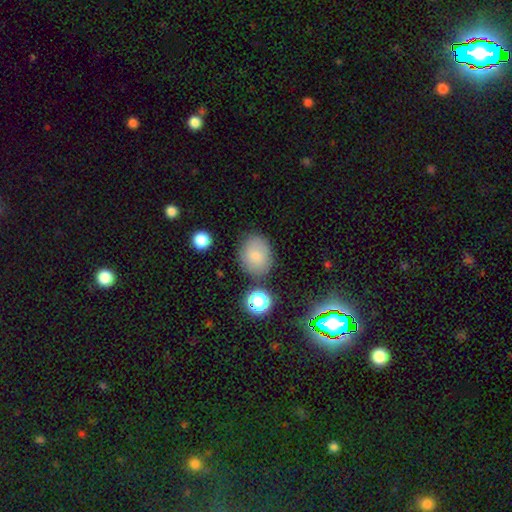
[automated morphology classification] Q: Smooth or featured?
A: smooth (80%); runner-up: star or artifact (10%)
Q: How rounded?
A: in between (51%); runner-up: round (48%)
Q: Merging?
A: none (75%); runner-up: minor disturbance (14%)